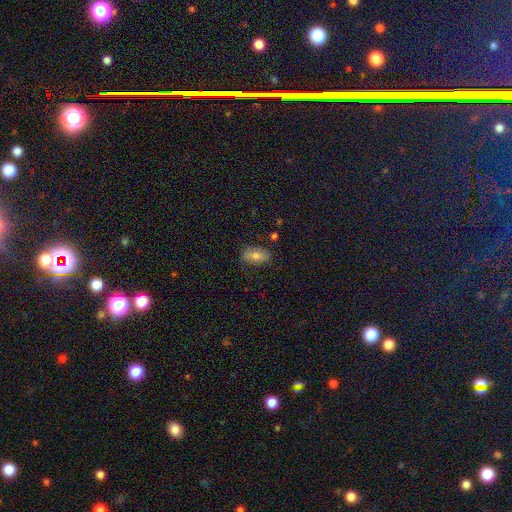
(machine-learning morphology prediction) Smooth or featured: smooth — 69% (featured or disk — 20%)
How rounded: in between — 87% (cigar-shaped — 7%)
Merging: none — 78% (minor disturbance — 17%)